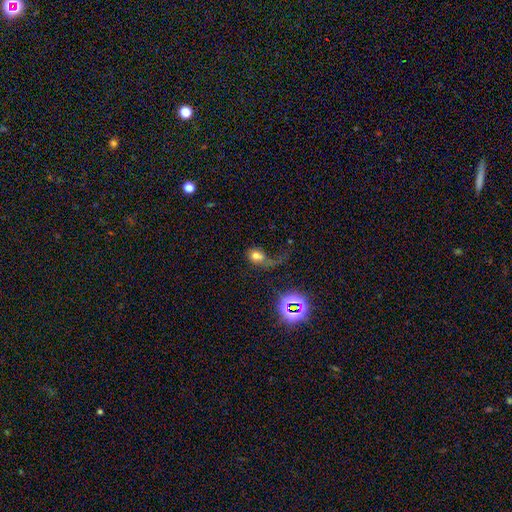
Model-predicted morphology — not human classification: This appears to be a smooth galaxy with no disk features (60%) that is round (52%). Merging: major disturbance (37%).